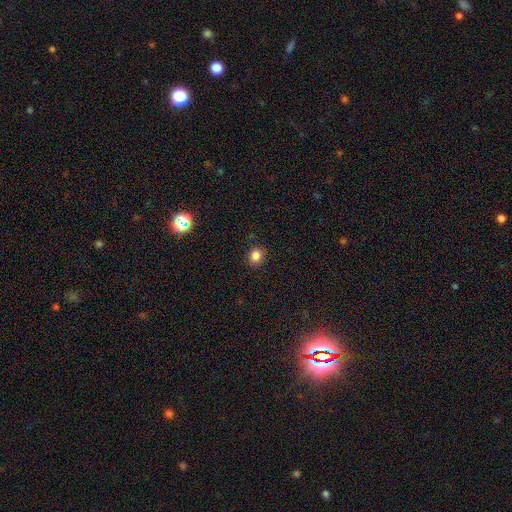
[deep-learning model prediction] Smooth or featured: smooth — 83% (star or artifact — 13%)
How rounded: round — 81% (in between — 18%)
Merging: none — 90% (minor disturbance — 7%)